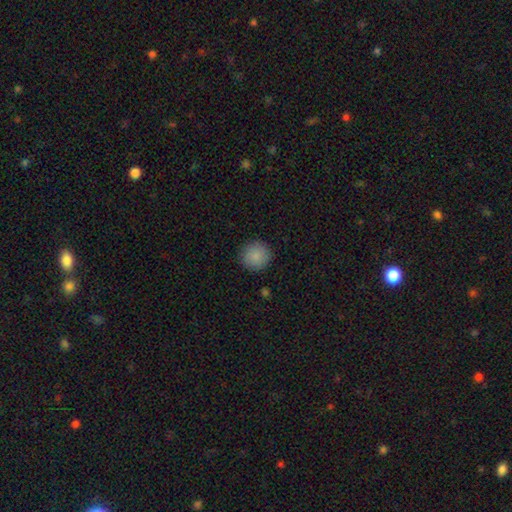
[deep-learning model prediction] A smooth galaxy with no disk features (88%) that is round (94%). Merging: none (91%).